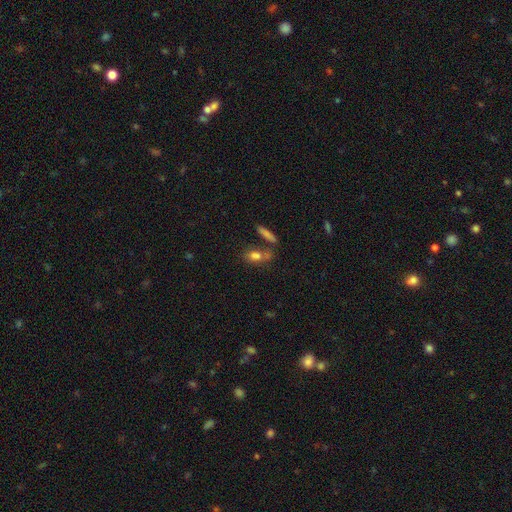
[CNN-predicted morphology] A smooth galaxy with no disk features (74%) that is in between round and cigar-shaped (67%). Merging: none (50%).